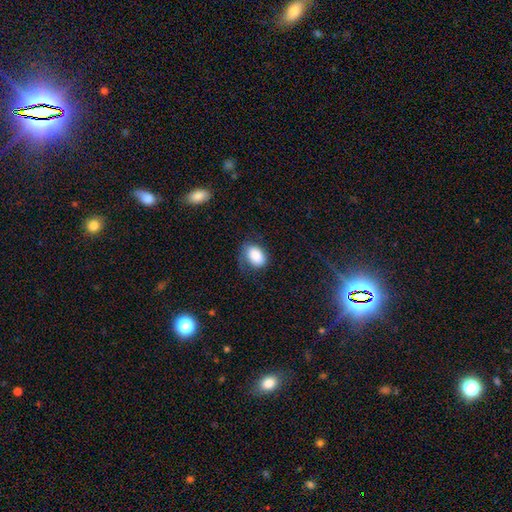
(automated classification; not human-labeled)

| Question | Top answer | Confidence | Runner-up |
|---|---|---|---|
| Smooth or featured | smooth | 85% | featured or disk (8%) |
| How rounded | in between | 82% | round (16%) |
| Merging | none | 60% | minor disturbance (26%) |